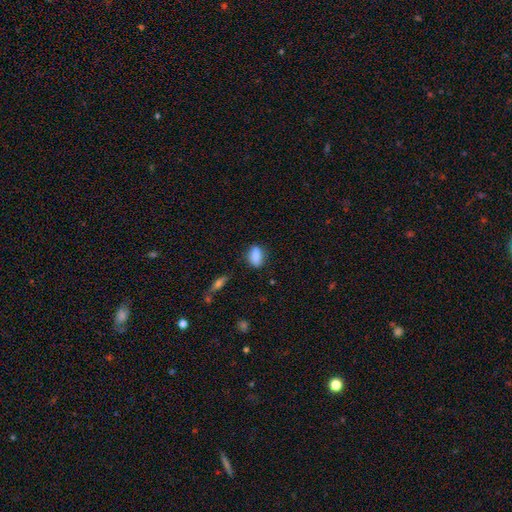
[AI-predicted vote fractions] Morphology: type=smooth (86%); roundness=in between (82%); merging=none (75%).